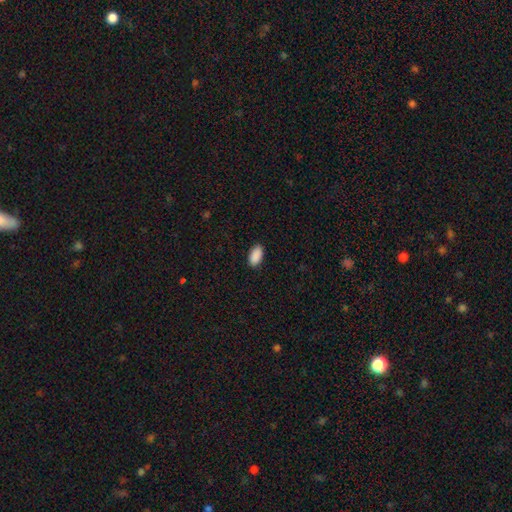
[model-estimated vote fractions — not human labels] This is clearly a smooth galaxy (91%). How rounded: clearly in between (94%). Merging: clearly none (89%).